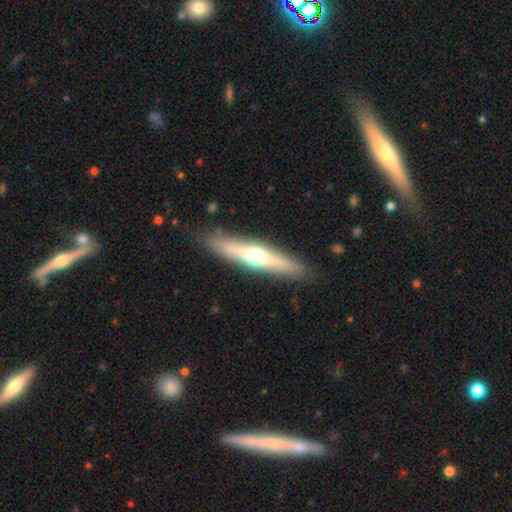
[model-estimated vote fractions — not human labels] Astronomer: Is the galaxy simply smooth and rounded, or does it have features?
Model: featured or disk — 54% (runner-up: smooth, 39%).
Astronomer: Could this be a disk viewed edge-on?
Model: yes — 91%.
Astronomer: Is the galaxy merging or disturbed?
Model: none — 88%.